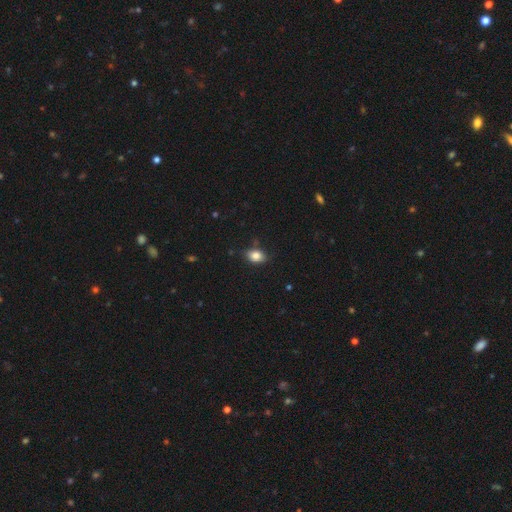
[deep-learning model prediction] smooth 84%, star or artifact 9%, featured or disk 7%. Down the decision tree: how rounded — in between (78%); merging — none (78%).